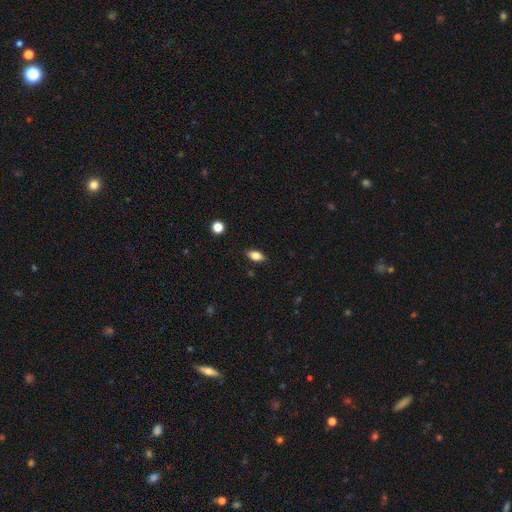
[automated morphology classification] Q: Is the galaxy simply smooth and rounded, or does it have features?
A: smooth — 79%.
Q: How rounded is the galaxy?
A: in between — 87%.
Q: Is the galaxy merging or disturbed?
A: none — 86%.